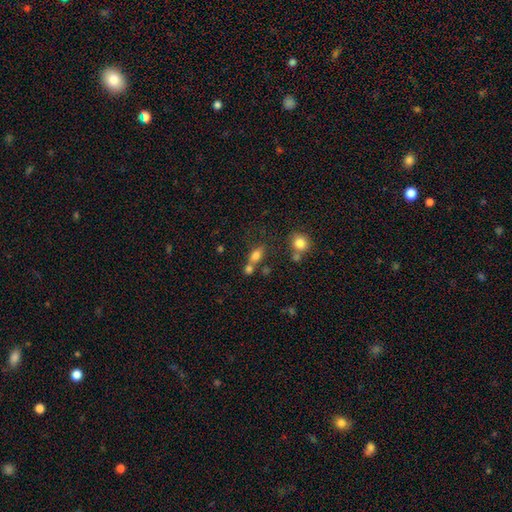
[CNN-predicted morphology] smooth 76%, star or artifact 12%, featured or disk 12%. Down the decision tree: how rounded — in between (72%); merging — none (43%).